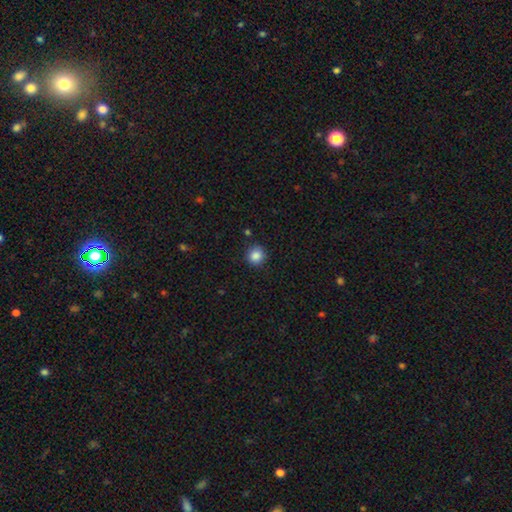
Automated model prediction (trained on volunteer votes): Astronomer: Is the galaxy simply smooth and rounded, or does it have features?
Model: smooth — 86%.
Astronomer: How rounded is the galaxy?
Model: round — 92%.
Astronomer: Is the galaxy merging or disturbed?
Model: none — 88%.